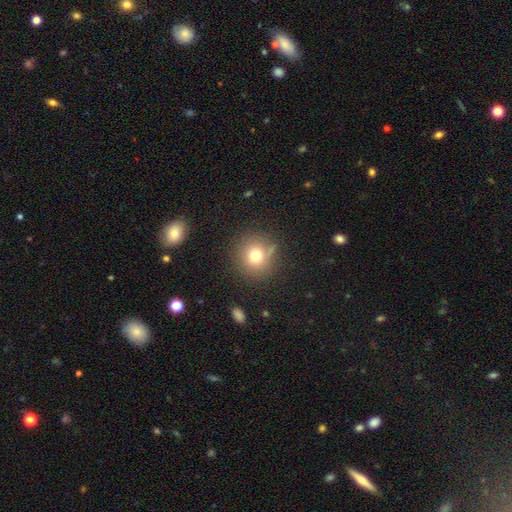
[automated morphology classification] This appears to be a smooth galaxy with no disk features (74%) that is round (89%). Merging: none (80%).